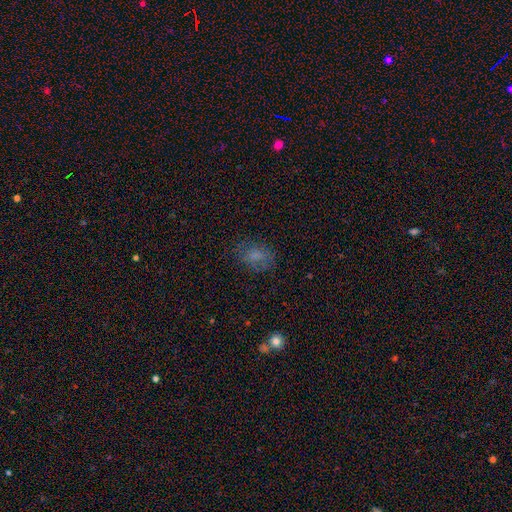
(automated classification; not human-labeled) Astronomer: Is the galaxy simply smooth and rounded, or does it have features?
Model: smooth — 67%.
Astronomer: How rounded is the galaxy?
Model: in between — 74%.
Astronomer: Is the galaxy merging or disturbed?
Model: none — 71%.